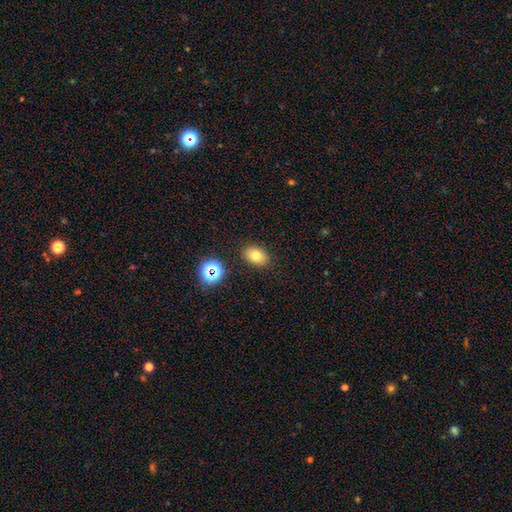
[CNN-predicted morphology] Q: Smooth or featured?
A: smooth (75%); runner-up: star or artifact (14%)
Q: How rounded?
A: in between (78%); runner-up: round (21%)
Q: Merging?
A: none (86%); runner-up: minor disturbance (9%)